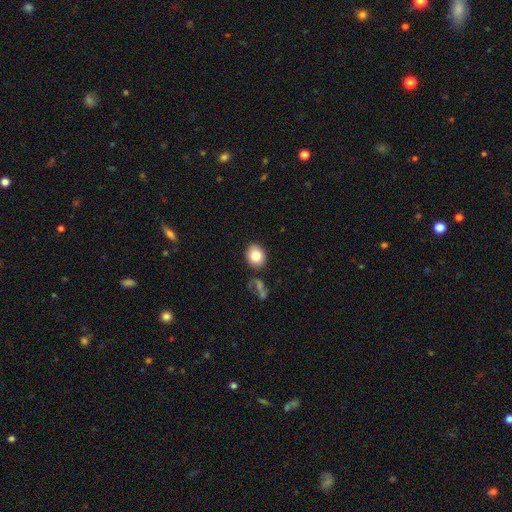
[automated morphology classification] The model was most divided on "how rounded": round: 57%, in between: 42%, cigar-shaped: 1%. More confident: merging — none (85%); smooth or featured — smooth (82%).